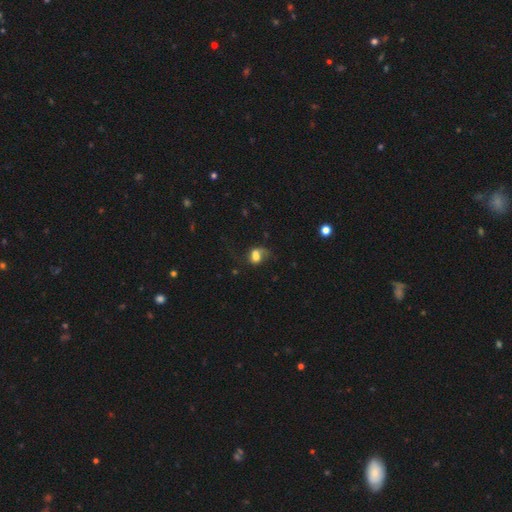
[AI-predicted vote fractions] Q: Smooth or featured?
A: smooth (59%); runner-up: featured or disk (29%)
Q: How rounded?
A: in between (64%); runner-up: round (34%)
Q: Merging?
A: major disturbance (31%); tied with: none (31%)